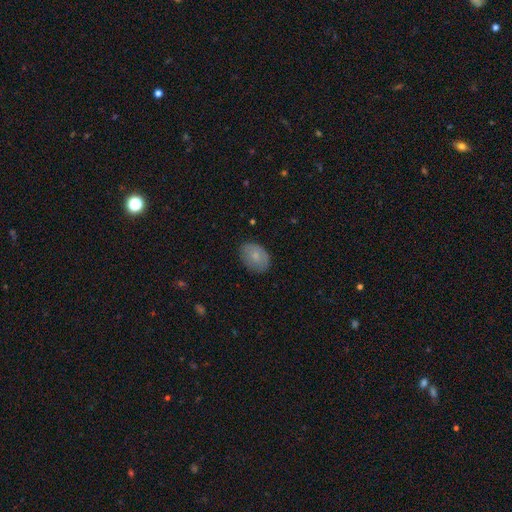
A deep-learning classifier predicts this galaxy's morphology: The model was most divided on "how rounded": in between: 75%, round: 24%, cigar-shaped: 1%. More confident: merging — none (79%); smooth or featured — smooth (77%).